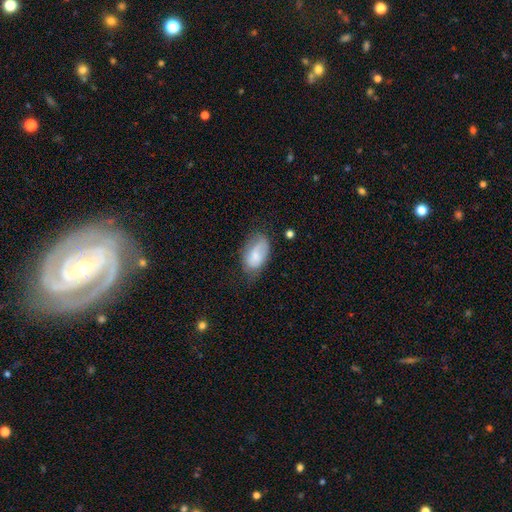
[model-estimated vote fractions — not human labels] A smooth galaxy with no disk features (74%) that is in between round and cigar-shaped (93%).

Vote fractions:
- Smooth or featured? smooth: 74% / featured or disk: 19% / star or artifact: 7%
- How rounded? in between: 93% / round: 6% / cigar-shaped: 2%
- Merging? none: 52% / minor disturbance: 33% / major disturbance: 13% / merger: 3%